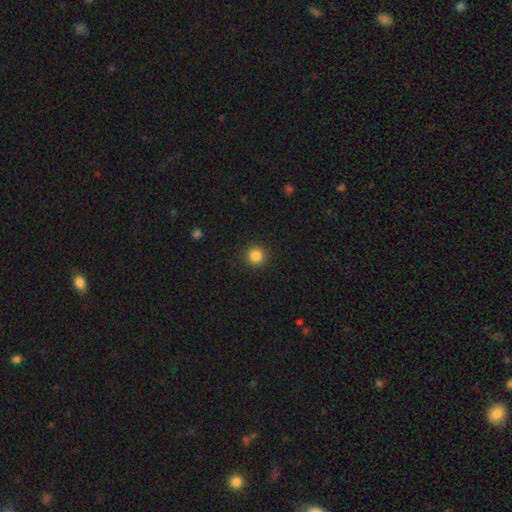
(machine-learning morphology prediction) smooth_or_featured: smooth (p=0.85) [alt: star or artifact p=0.11]
how_rounded: round (p=0.95) [alt: in between p=0.04]
merging: none (p=0.92) [alt: minor disturbance p=0.05]